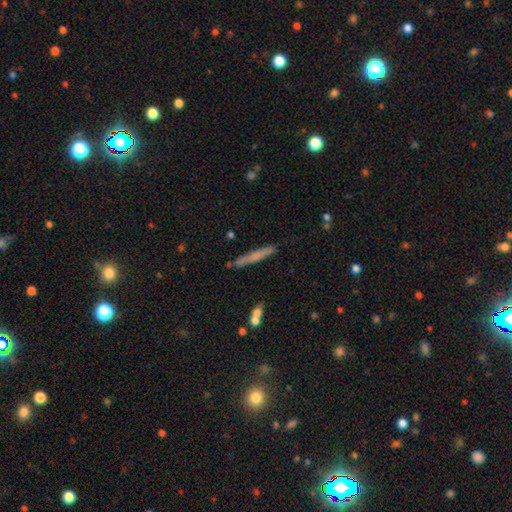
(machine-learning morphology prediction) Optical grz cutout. It shows a smooth galaxy with no disk features (55%) that is cigar-shaped (95%). Merging: none (86%).